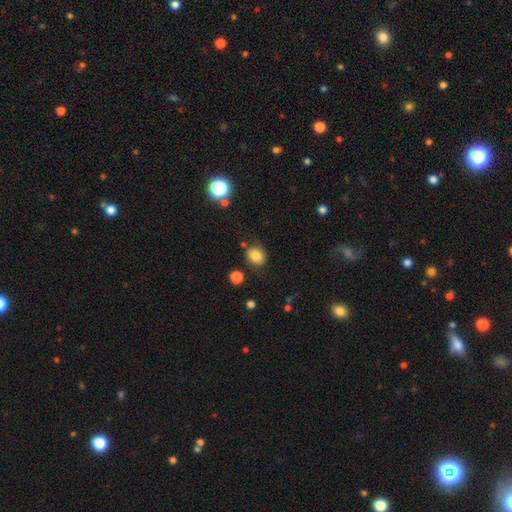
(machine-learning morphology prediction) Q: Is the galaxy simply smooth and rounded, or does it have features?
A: smooth — 82%.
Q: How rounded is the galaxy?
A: round — 70%.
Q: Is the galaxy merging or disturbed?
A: none — 81%.